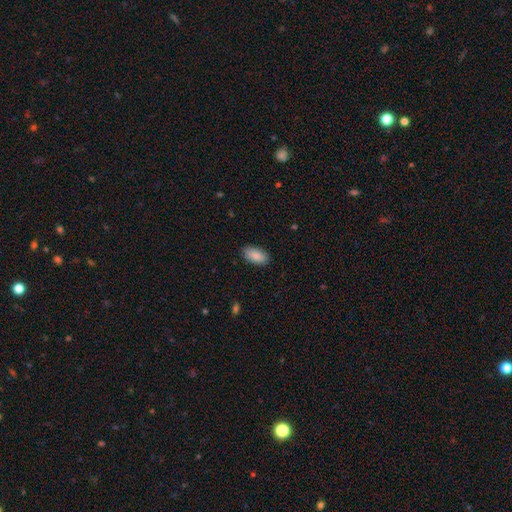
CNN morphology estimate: The model was most divided on "merging": none: 88%, minor disturbance: 9%, major disturbance: 2%, merger: 1%. More confident: how rounded — in between (93%); smooth or featured — smooth (88%).